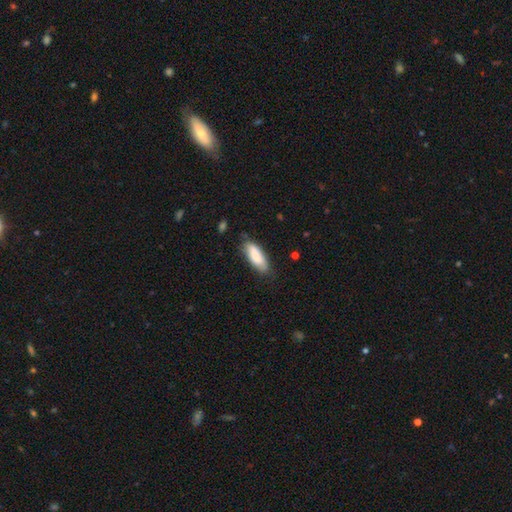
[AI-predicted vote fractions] smooth 85%, featured or disk 9%, star or artifact 6%. Down the decision tree: how rounded — in between (73%); merging — none (73%).